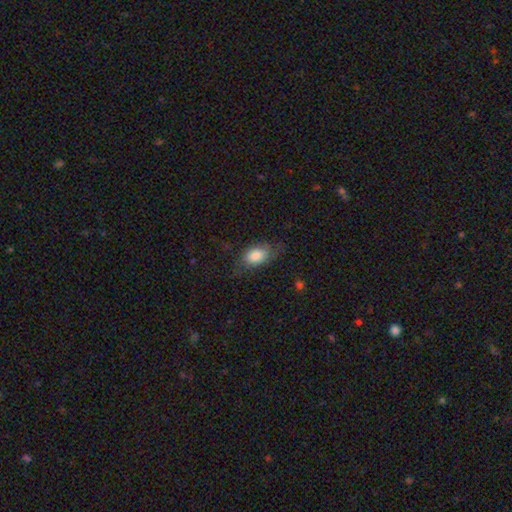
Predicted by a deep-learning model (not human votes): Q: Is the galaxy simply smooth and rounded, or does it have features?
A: smooth — 77%.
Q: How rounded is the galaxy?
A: in between — 87%.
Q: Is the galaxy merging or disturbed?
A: none — 57%.